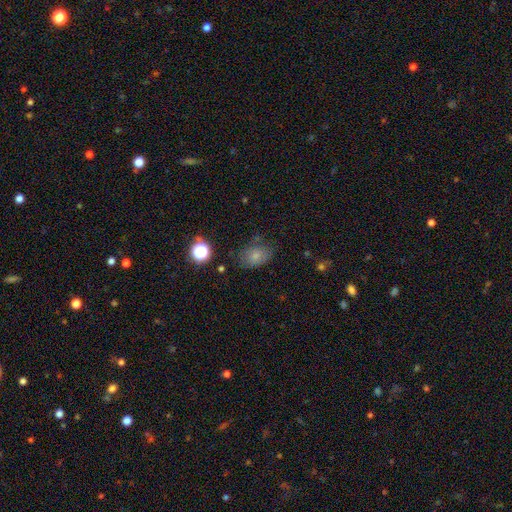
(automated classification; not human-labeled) The model was most divided on "merging": none: 66%, minor disturbance: 23%, major disturbance: 8%, merger: 3%. More confident: smooth or featured — smooth (77%); how rounded — in between (73%).